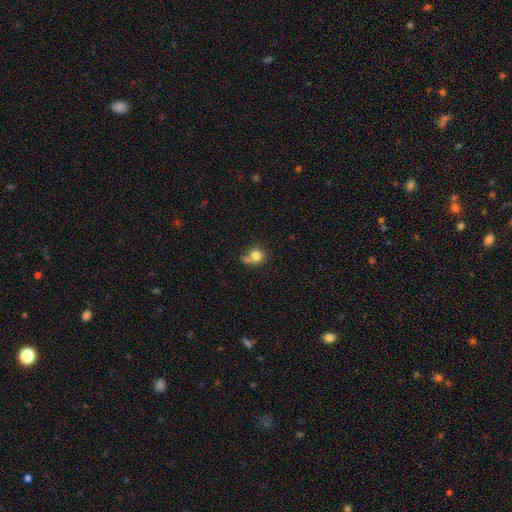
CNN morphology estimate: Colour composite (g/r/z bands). It shows a smooth galaxy with no disk features (78%) that is round (76%). Merging: none (41%).